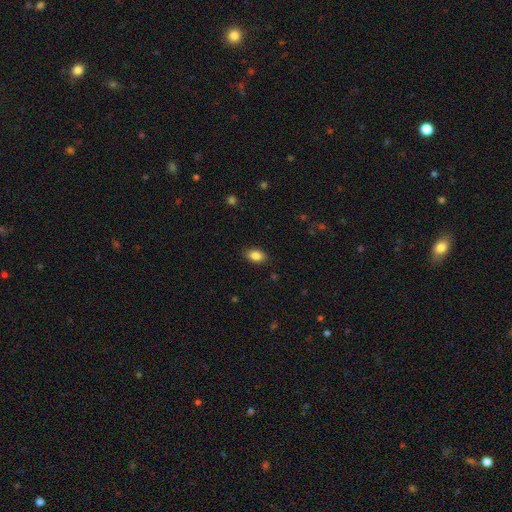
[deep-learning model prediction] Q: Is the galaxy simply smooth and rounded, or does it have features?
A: smooth — 87%.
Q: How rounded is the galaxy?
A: in between — 89%.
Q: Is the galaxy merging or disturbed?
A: none — 87%.